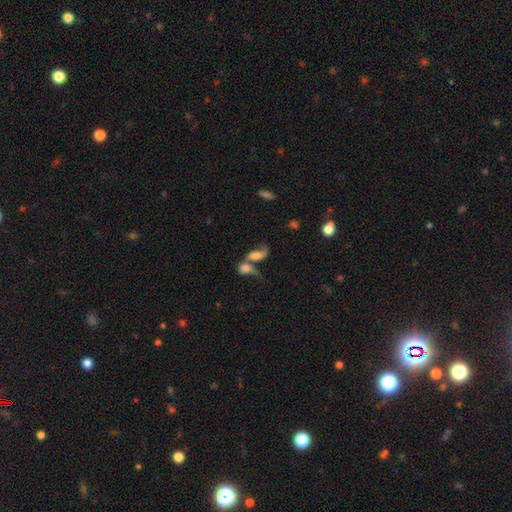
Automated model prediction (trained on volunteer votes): Smooth or featured: featured or disk — 49% (smooth — 40%)
Merging: merger — 69% (none — 15%)